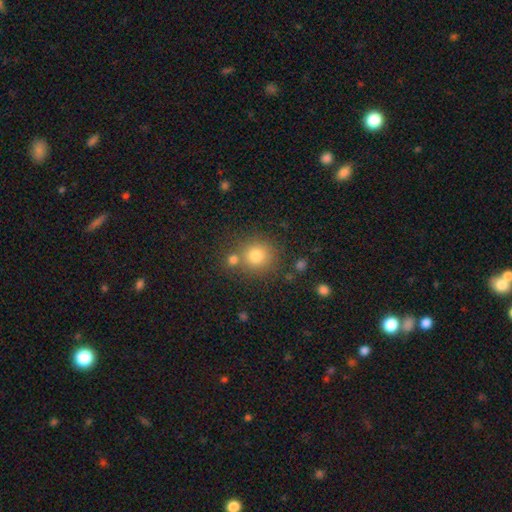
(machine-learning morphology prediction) Q: Smooth or featured?
A: smooth (79%); runner-up: star or artifact (13%)
Q: How rounded?
A: round (90%); runner-up: in between (9%)
Q: Merging?
A: none (70%); runner-up: merger (18%)